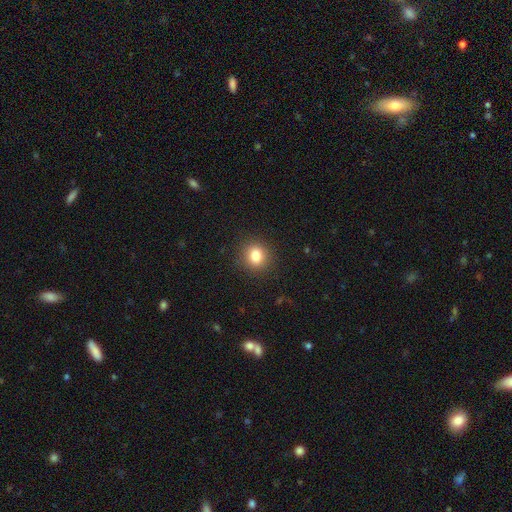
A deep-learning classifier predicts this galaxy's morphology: This is clearly a smooth galaxy (83%). How rounded: likely round (80%). Merging: clearly none (90%).